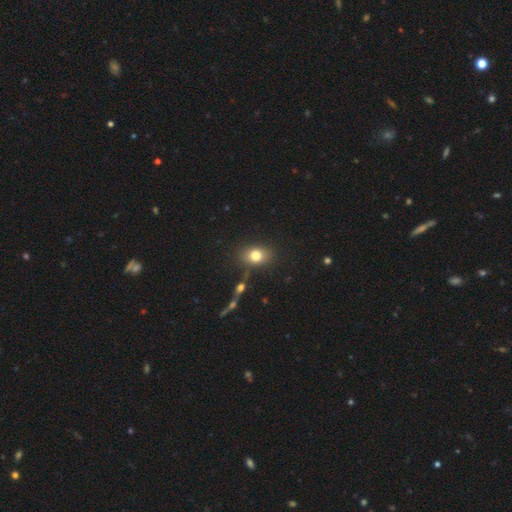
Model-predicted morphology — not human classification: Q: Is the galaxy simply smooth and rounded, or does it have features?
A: smooth — 80%.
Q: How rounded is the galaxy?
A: in between — 67%.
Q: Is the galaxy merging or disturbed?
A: none — 79%.